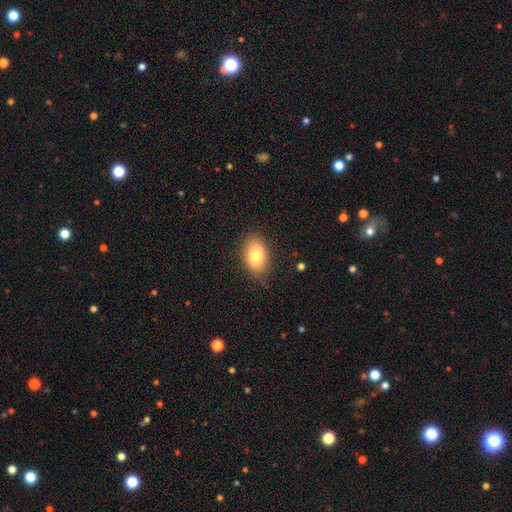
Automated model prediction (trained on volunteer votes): Smooth or featured?
  - smooth: 82% *
  - featured or disk: 11%
  - star or artifact: 7%
How rounded?
  - in between: 89% *
  - round: 9%
  - cigar-shaped: 1%
Merging?
  - none: 84% *
  - minor disturbance: 12%
  - major disturbance: 3%
  - merger: 1%